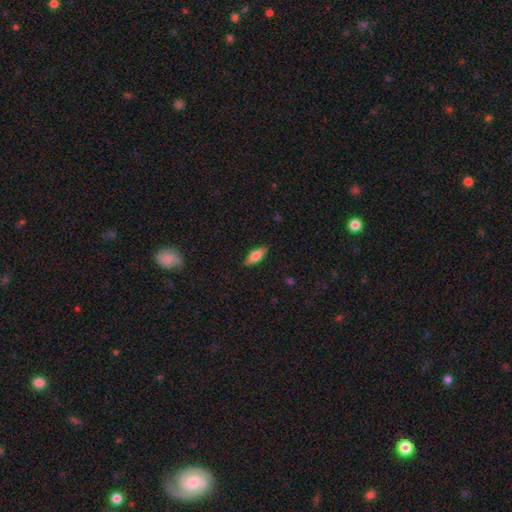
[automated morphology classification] smooth 73%, featured or disk 21%, star or artifact 7%. Down the decision tree: how rounded — in between (71%); merging — none (85%).